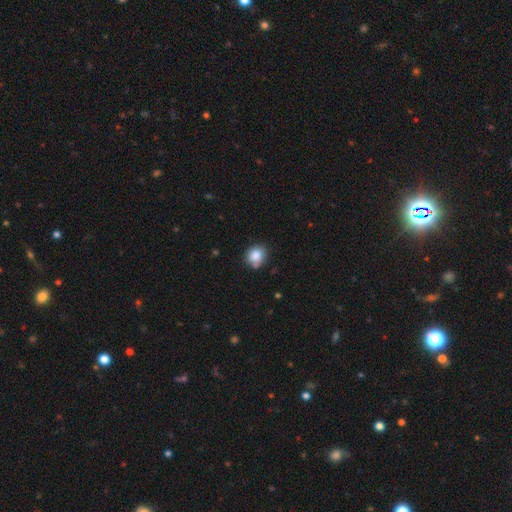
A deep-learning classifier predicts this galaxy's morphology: Smooth or featured?
  - smooth: 85% *
  - star or artifact: 9%
  - featured or disk: 6%
How rounded?
  - round: 74% *
  - in between: 25%
  - cigar-shaped: 1%
Merging?
  - none: 70% *
  - minor disturbance: 21%
  - merger: 5%
  - major disturbance: 4%